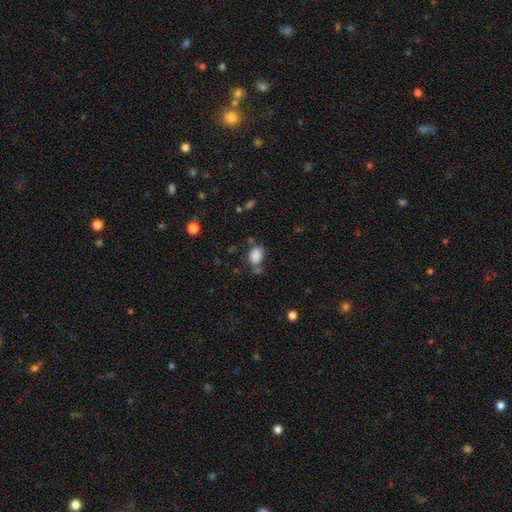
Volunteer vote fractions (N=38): Morphology: type=smooth (89%); roundness=in between (71%); merging=none (76%).